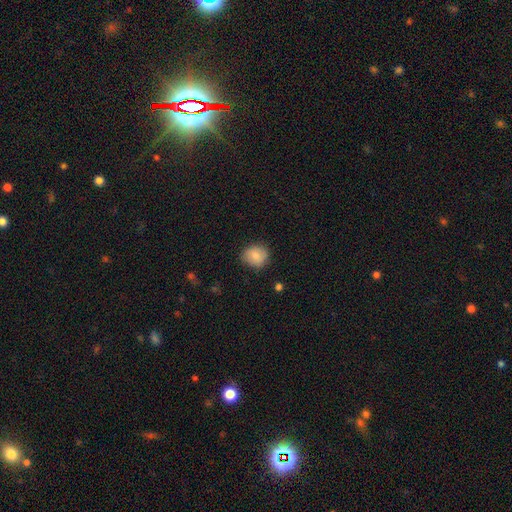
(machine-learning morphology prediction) smooth_or_featured: smooth (p=0.82) [alt: featured or disk p=0.10]
how_rounded: round (p=0.73) [alt: in between p=0.26]
merging: none (p=0.80) [alt: minor disturbance p=0.15]